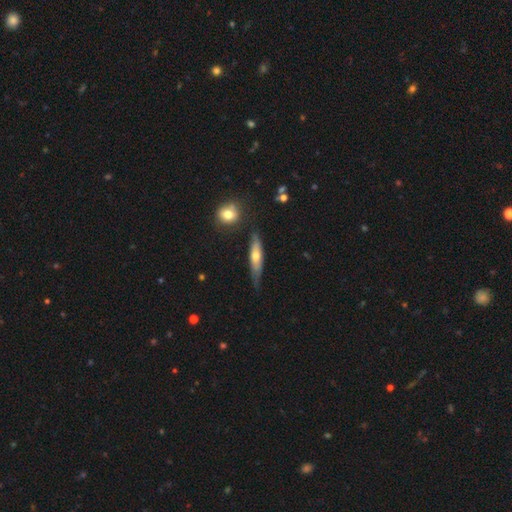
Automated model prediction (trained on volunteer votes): Morphology: type=smooth (50%); merging=none (65%).